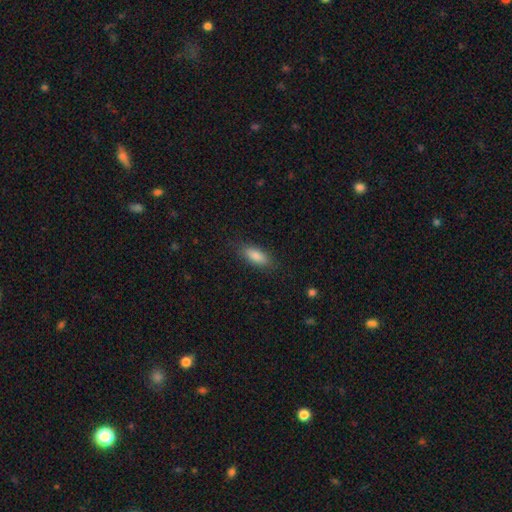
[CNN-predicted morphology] Smooth or featured? Predicted: smooth (p=0.86). How rounded? Predicted: in between (p=0.75). Merging? Predicted: none (p=0.85).